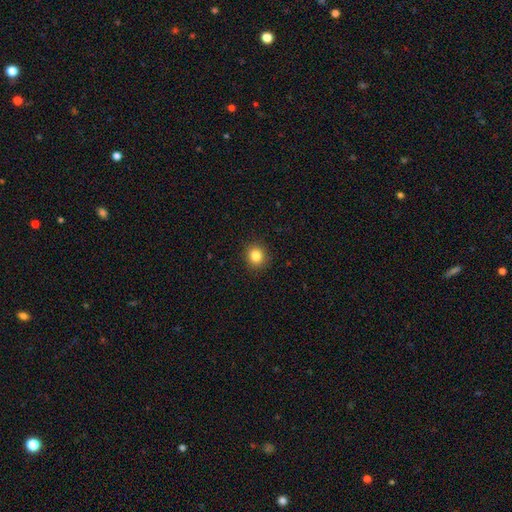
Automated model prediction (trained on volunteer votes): A smooth galaxy with no disk features (84%) that is round (86%). Merging: none (91%).